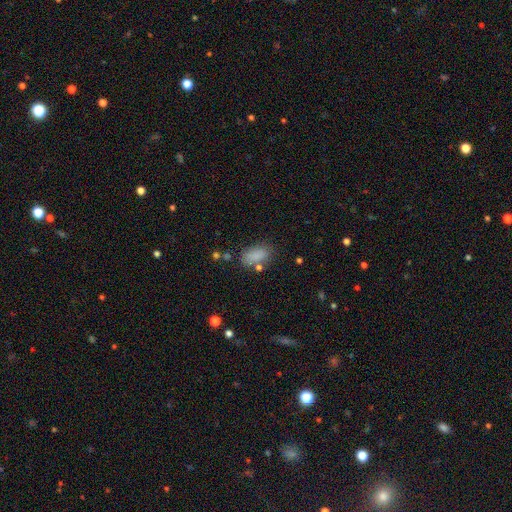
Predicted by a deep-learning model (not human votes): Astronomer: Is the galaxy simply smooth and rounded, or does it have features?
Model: smooth — 84%.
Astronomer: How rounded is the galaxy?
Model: in between — 90%.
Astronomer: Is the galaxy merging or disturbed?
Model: none — 72%.